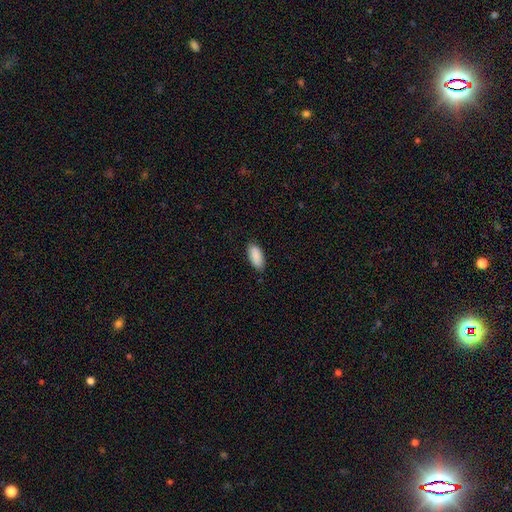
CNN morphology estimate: Smooth or featured?
  - smooth: 90% *
  - star or artifact: 6%
  - featured or disk: 4%
How rounded?
  - in between: 88% *
  - cigar-shaped: 11%
  - round: 2%
Merging?
  - none: 84% *
  - minor disturbance: 13%
  - major disturbance: 2%
  - merger: 1%